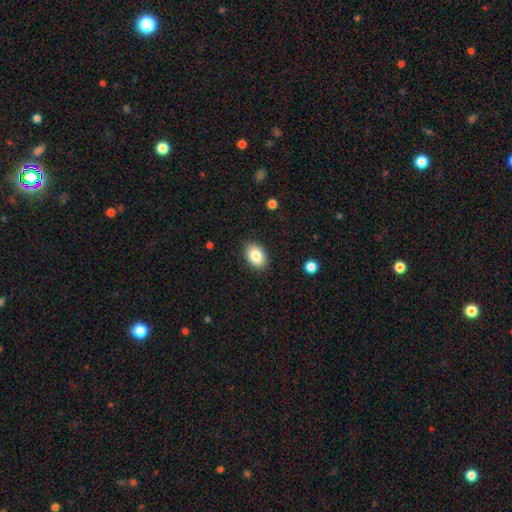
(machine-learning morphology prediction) type=smooth (86%); roundness=in between (83%); merging=none (88%).